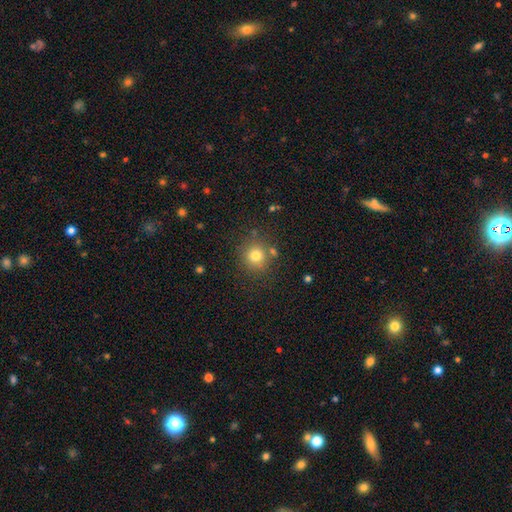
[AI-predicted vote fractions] The model was most divided on "smooth or featured": smooth: 78%, star or artifact: 14%, featured or disk: 8%. More confident: how rounded — round (90%); merging — none (79%).